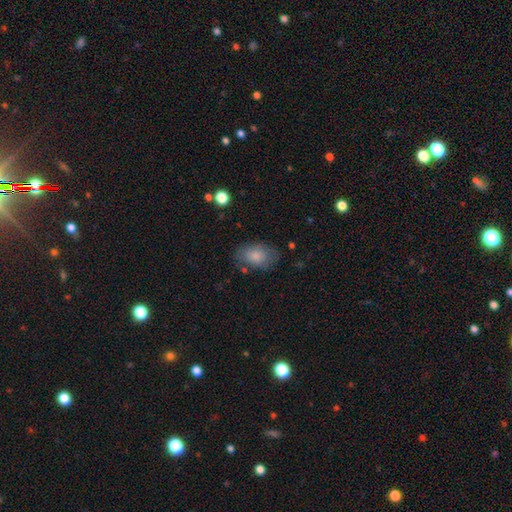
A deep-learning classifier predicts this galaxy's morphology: This is clearly a smooth galaxy (82%). How rounded: clearly in between (88%). Merging: likely none (69%).